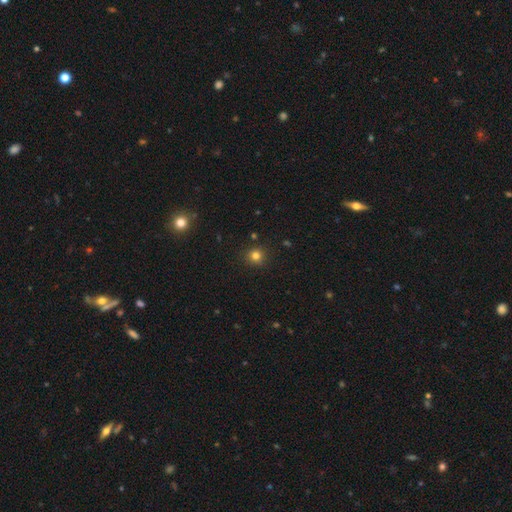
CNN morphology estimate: Q: Smooth or featured?
A: smooth (79%); runner-up: star or artifact (15%)
Q: How rounded?
A: round (92%); runner-up: in between (7%)
Q: Merging?
A: none (90%); runner-up: minor disturbance (6%)